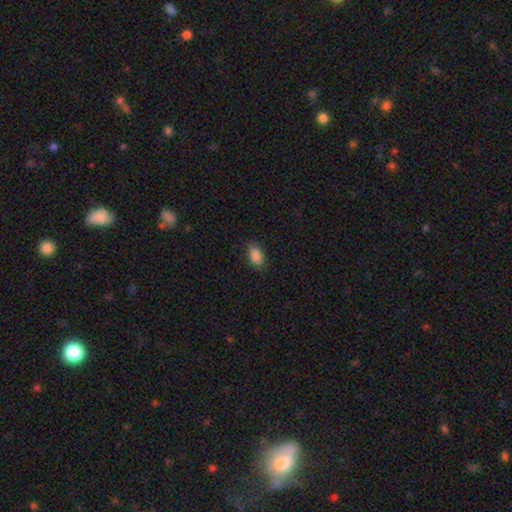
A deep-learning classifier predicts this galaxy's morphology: Q: Smooth or featured?
A: smooth (88%); runner-up: star or artifact (8%)
Q: How rounded?
A: in between (91%); runner-up: round (7%)
Q: Merging?
A: none (86%); runner-up: minor disturbance (11%)